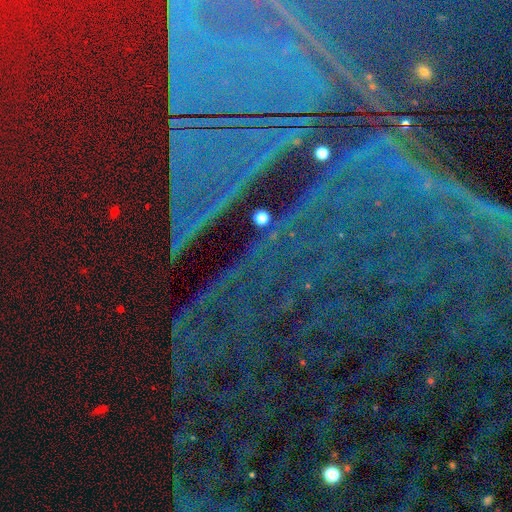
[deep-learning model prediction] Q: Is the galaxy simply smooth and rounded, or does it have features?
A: star or artifact — 89%.